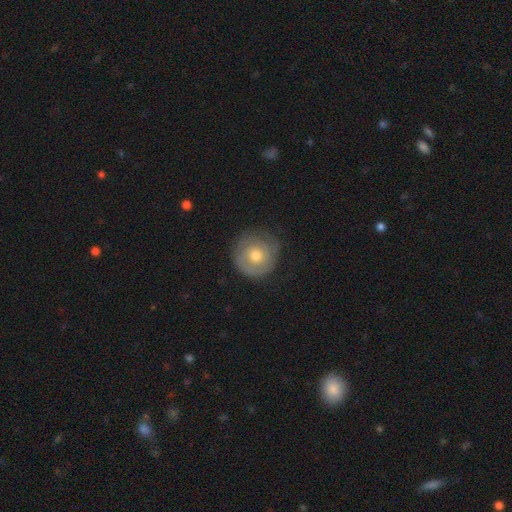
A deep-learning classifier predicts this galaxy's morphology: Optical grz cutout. It shows a featured or disk galaxy (51%). Merging: none (75%).